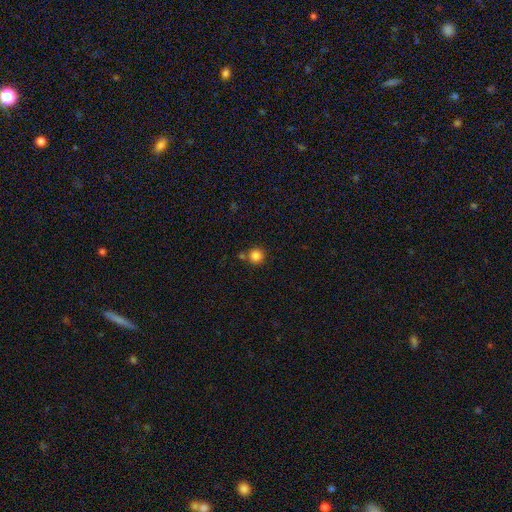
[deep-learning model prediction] The model was most divided on "merging": none: 78%, merger: 11%, minor disturbance: 8%, major disturbance: 3%. More confident: how rounded — round (95%); smooth or featured — smooth (85%).